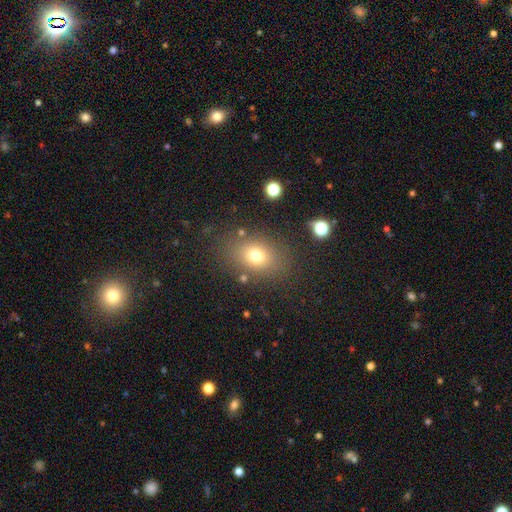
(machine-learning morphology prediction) This is likely a smooth galaxy (73%). How rounded: likely in between (64%). Merging: clearly none (80%).